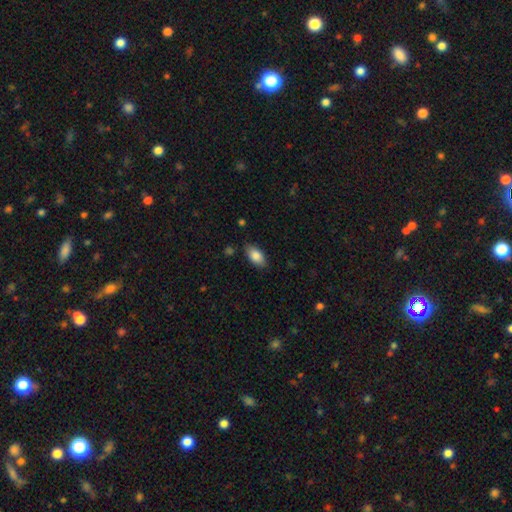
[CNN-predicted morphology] Smooth or featured: smooth — 85% (featured or disk — 8%)
How rounded: in between — 92% (cigar-shaped — 4%)
Merging: none — 83% (minor disturbance — 13%)